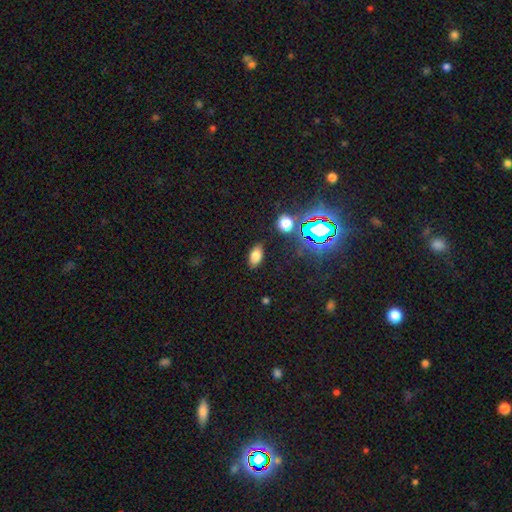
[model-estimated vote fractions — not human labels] This is likely a smooth galaxy (73%). How rounded: clearly in between (90%). Merging: clearly none (84%).